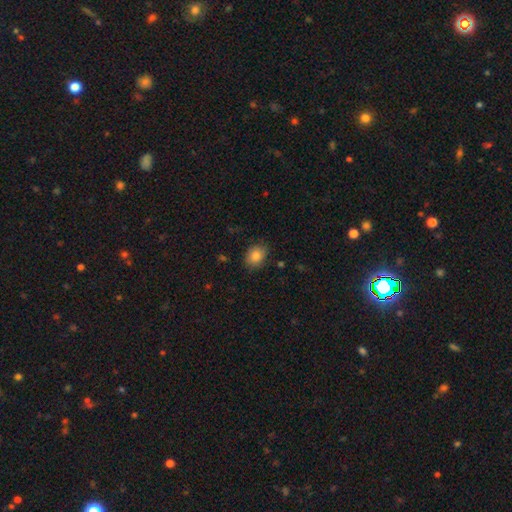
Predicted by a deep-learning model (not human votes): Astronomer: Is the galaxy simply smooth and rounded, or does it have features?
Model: smooth — 85%.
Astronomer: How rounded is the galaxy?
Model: in between — 62% (runner-up: round, 37%).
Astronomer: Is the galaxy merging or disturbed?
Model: none — 83%.